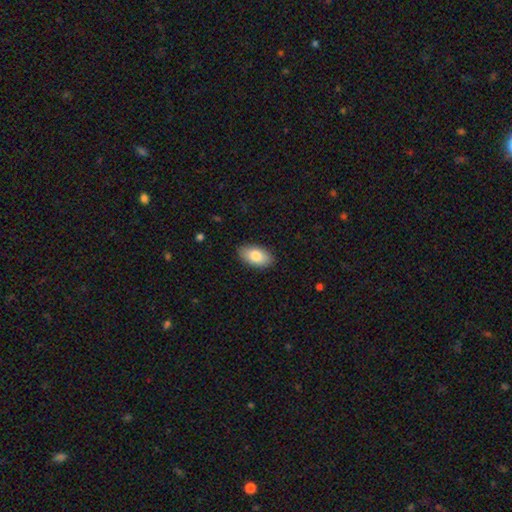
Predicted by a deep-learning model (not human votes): Smooth or featured: smooth — 83% (featured or disk — 11%)
How rounded: in between — 95% (round — 4%)
Merging: none — 87% (minor disturbance — 10%)